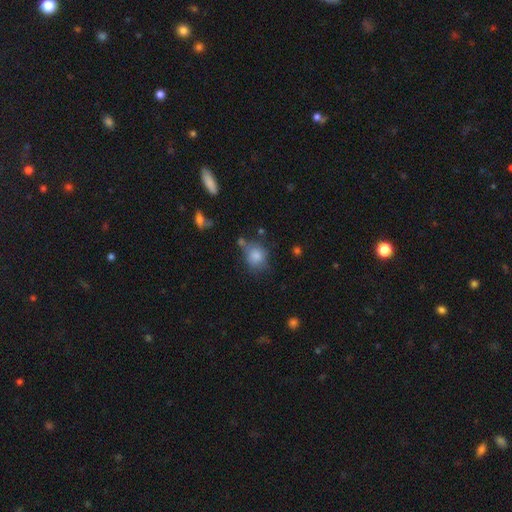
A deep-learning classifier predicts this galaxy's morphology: This appears to be a smooth galaxy with no disk features (80%) that is round (68%). Merging: none (55%).